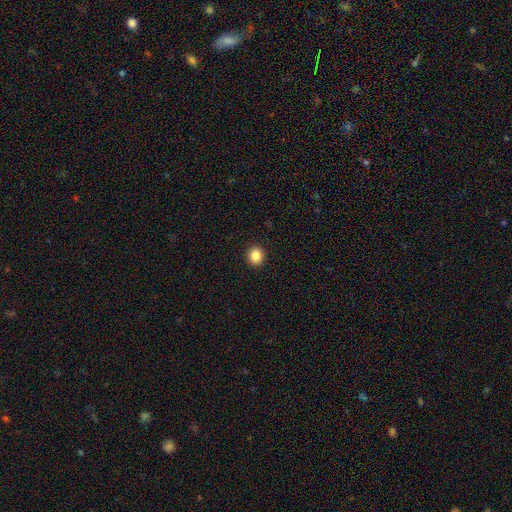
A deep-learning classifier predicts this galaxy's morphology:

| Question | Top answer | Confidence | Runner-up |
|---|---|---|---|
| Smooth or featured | smooth | 86% | star or artifact (10%) |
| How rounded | round | 83% | in between (16%) |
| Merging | none | 93% | minor disturbance (5%) |